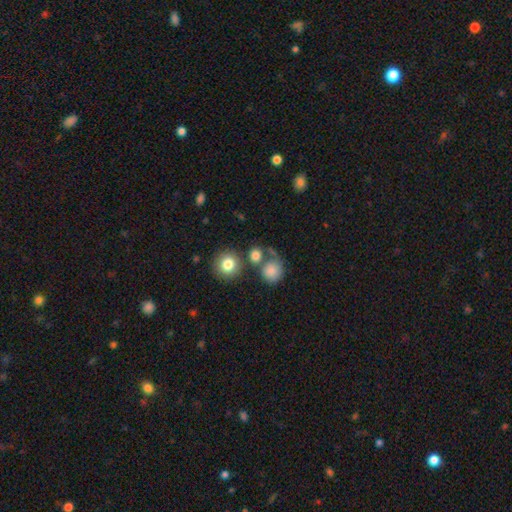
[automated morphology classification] A smooth galaxy with no disk features (80%) that is round (81%).

Vote fractions:
- Smooth or featured? smooth: 80% / star or artifact: 12% / featured or disk: 8%
- How rounded? round: 81% / in between: 18% / cigar-shaped: 1%
- Merging? none: 57% / merger: 24% / minor disturbance: 12% / major disturbance: 7%